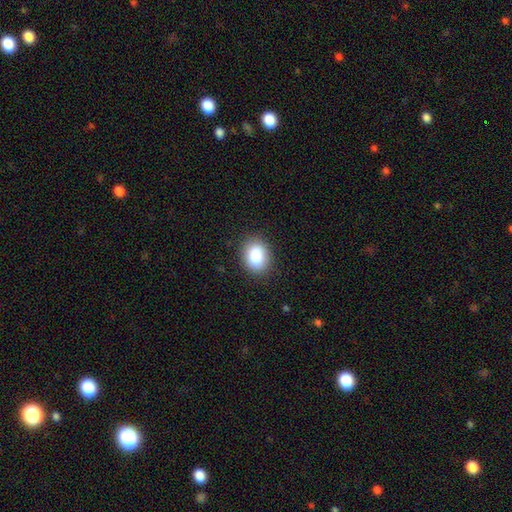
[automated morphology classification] Overall: smooth (85%). How rounded: in between (67%; round 32%). Merging: none (87%).